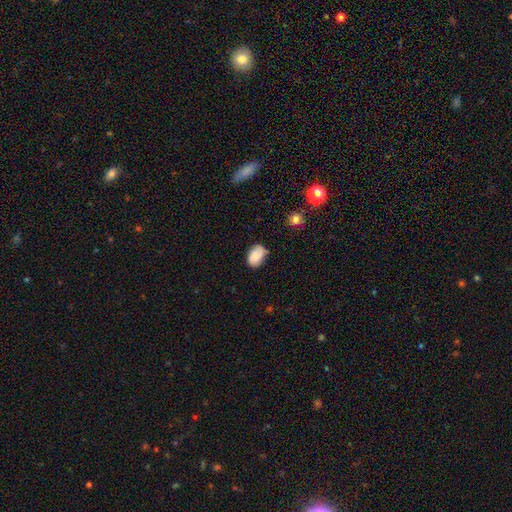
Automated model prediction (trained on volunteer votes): Q: Smooth or featured?
A: smooth (79%); runner-up: featured or disk (13%)
Q: How rounded?
A: in between (85%); runner-up: round (14%)
Q: Merging?
A: none (62%); runner-up: minor disturbance (30%)